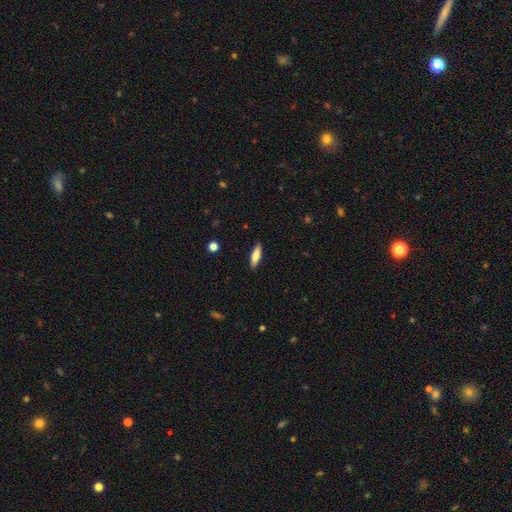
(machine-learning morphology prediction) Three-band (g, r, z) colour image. It shows a smooth galaxy with no disk features (76%) that is cigar-shaped (65%). Merging: none (89%).